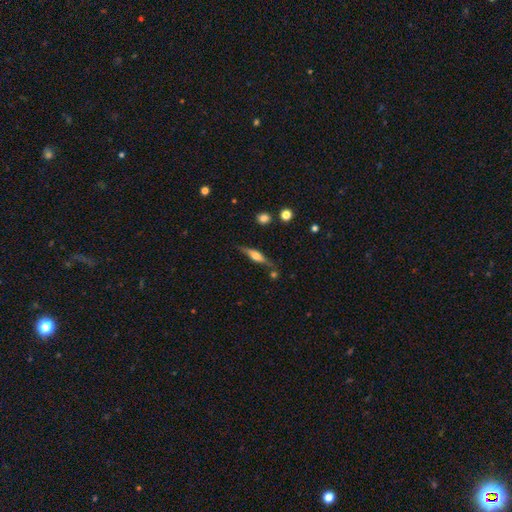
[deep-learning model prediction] This appears to be a featured or disk galaxy (63%) viewed edge-on (95%) with a rounded central bulge (84%). Merging: none (77%).